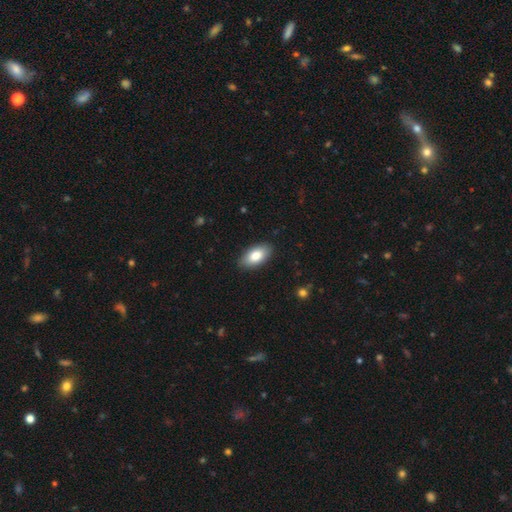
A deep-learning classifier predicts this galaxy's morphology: The model was most divided on "smooth or featured": smooth: 83%, featured or disk: 11%, star or artifact: 6%. More confident: how rounded — in between (94%); merging — none (88%).